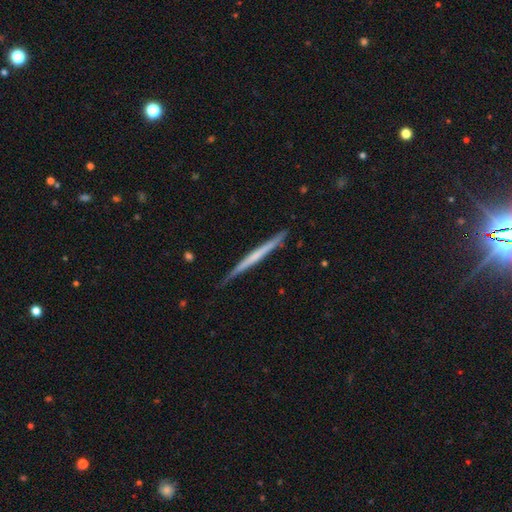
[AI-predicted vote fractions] Q: Smooth or featured?
A: featured or disk (56%); runner-up: smooth (39%)
Q: Edge-on disk?
A: yes (97%); runner-up: no (3%)
Q: Edge-on bulge?
A: none (83%); runner-up: rounded (11%)
Q: Merging?
A: none (86%); runner-up: minor disturbance (11%)